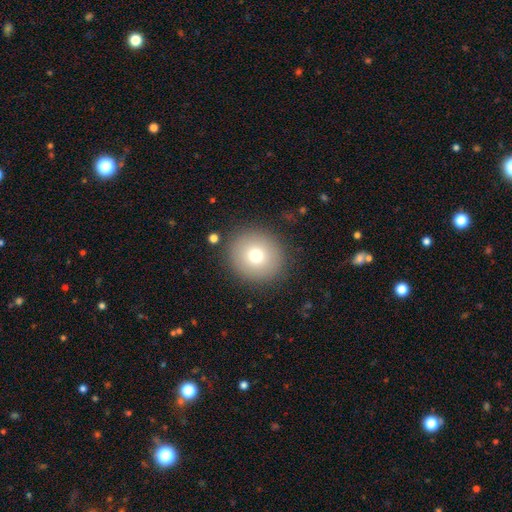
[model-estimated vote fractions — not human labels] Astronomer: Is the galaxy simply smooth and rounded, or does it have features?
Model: smooth — 74%.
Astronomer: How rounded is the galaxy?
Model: round — 90%.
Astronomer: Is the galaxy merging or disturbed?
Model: none — 88%.